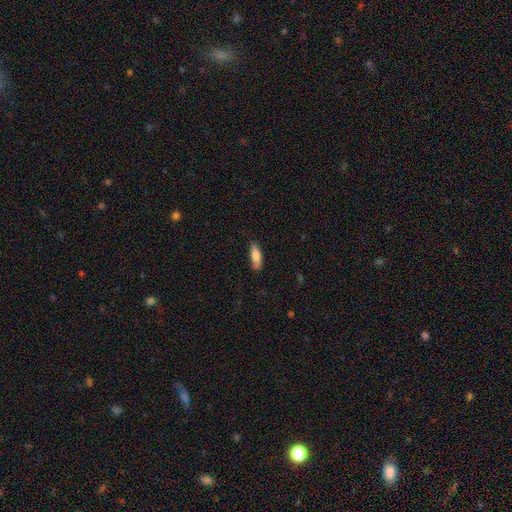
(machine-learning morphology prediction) Smooth or featured?
  - smooth: 80% *
  - featured or disk: 14%
  - star or artifact: 6%
How rounded?
  - in between: 51% *
  - cigar-shaped: 47%
  - round: 2%
Merging?
  - none: 79% *
  - minor disturbance: 17%
  - major disturbance: 3%
  - merger: 1%